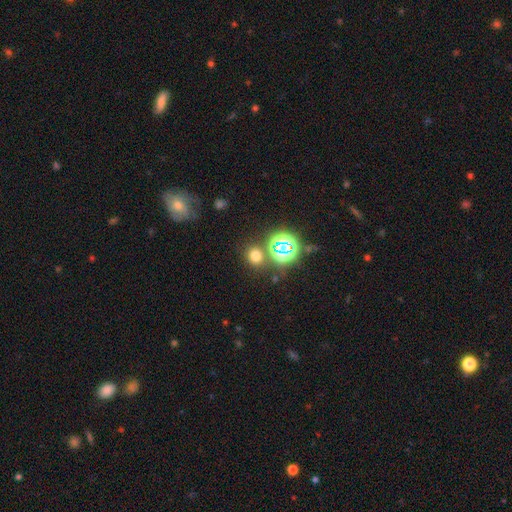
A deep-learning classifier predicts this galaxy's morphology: The model was most divided on "smooth or featured": smooth: 63%, star or artifact: 30%, featured or disk: 7%. More confident: merging — none (80%); how rounded — round (75%).